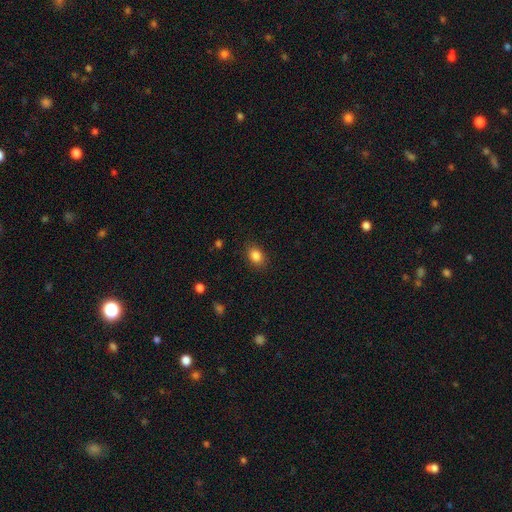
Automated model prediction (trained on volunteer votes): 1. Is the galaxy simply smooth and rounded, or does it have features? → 85% smooth, 10% star or artifact, 5% featured or disk.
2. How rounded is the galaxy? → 69% in between, 30% round, 1% cigar-shaped.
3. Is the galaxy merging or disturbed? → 87% none, 10% minor disturbance, 3% major disturbance, 1% merger.